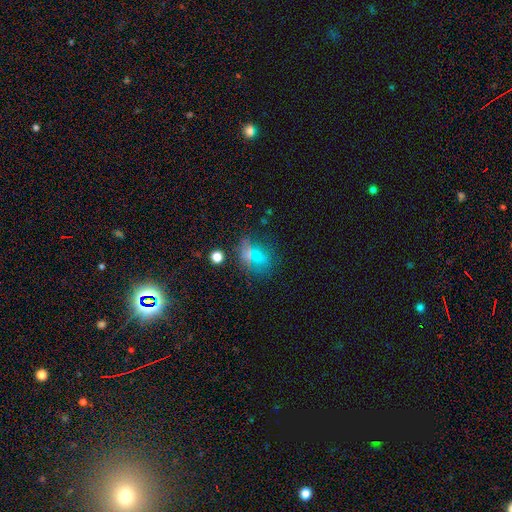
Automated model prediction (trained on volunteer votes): Overall: smooth (48%; star or artifact 34%). Merging: none (63%).